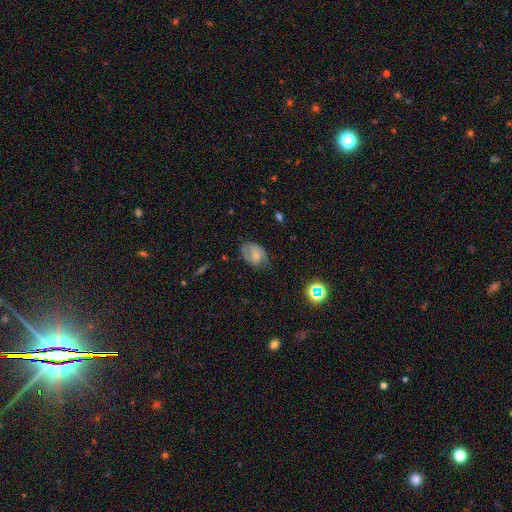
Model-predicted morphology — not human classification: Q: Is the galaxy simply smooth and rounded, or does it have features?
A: featured or disk — 53%.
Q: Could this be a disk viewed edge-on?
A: no — 96%.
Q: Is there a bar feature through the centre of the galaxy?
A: no — 52%.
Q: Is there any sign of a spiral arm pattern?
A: yes — 81%.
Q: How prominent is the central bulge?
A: small — 49%.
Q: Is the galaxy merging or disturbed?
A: none — 64%.